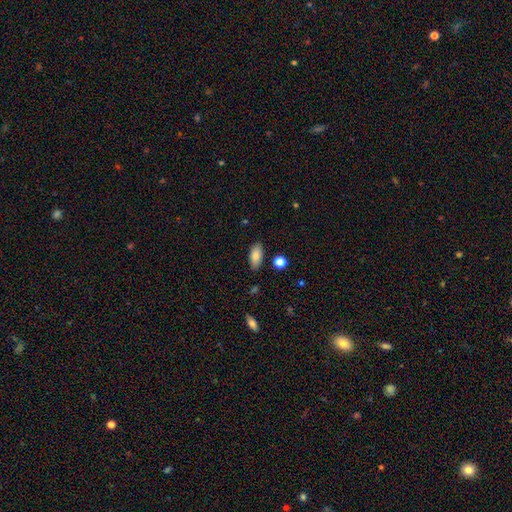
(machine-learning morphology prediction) Smooth or featured? Predicted: smooth (p=0.85). How rounded? Predicted: in between (p=0.87). Merging? Predicted: none (p=0.85).